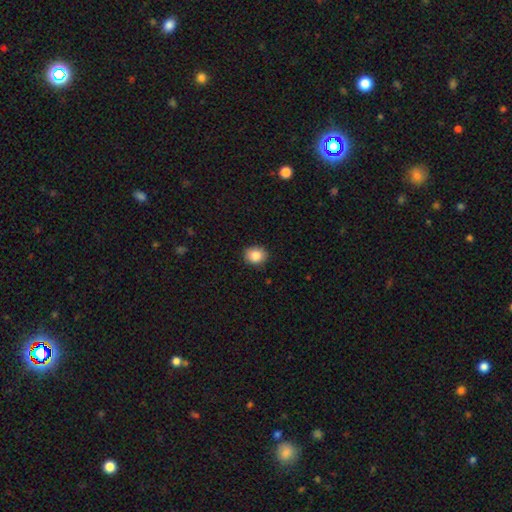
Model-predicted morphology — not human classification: Smooth or featured?
  - smooth: 85% *
  - star or artifact: 9%
  - featured or disk: 6%
How rounded?
  - round: 63% *
  - in between: 37%
  - cigar-shaped: 1%
Merging?
  - none: 87% *
  - minor disturbance: 10%
  - major disturbance: 2%
  - merger: 1%